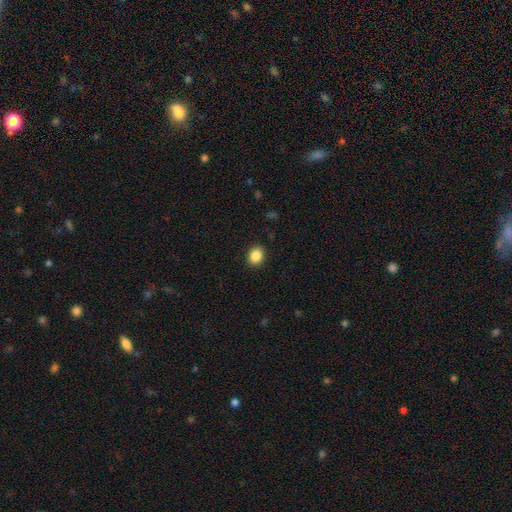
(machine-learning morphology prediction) This is clearly a smooth galaxy (87%). How rounded: possibly in between (52%). Merging: clearly none (91%).